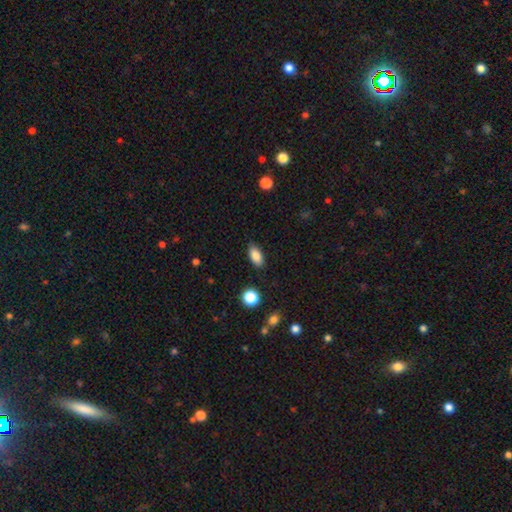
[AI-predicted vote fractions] smooth 86%, star or artifact 8%, featured or disk 6%. Down the decision tree: how rounded — in between (89%); merging — none (86%).